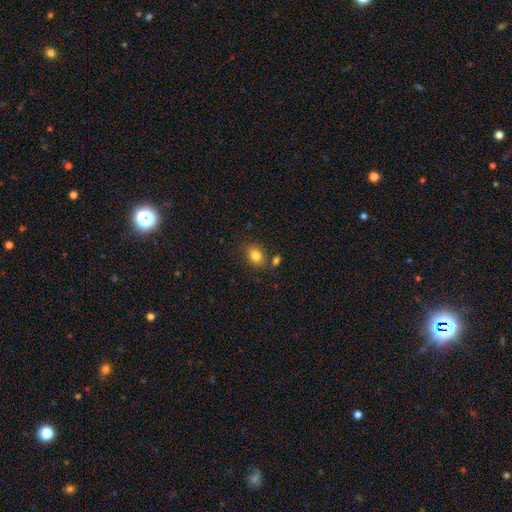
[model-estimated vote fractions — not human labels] A smooth galaxy with no disk features (83%) that is in between round and cigar-shaped (65%).

Vote fractions:
- Smooth or featured? smooth: 83% / star or artifact: 10% / featured or disk: 7%
- How rounded? in between: 65% / round: 34% / cigar-shaped: 1%
- Merging? none: 73% / minor disturbance: 13% / merger: 10% / major disturbance: 4%